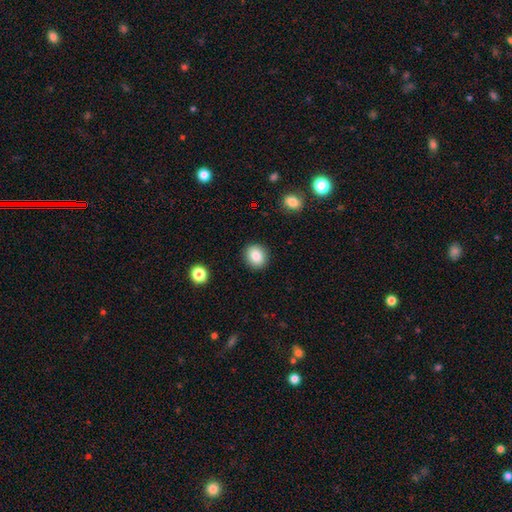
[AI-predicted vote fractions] Smooth or featured: smooth — 85% (star or artifact — 9%)
How rounded: round — 74% (in between — 25%)
Merging: none — 90% (minor disturbance — 6%)